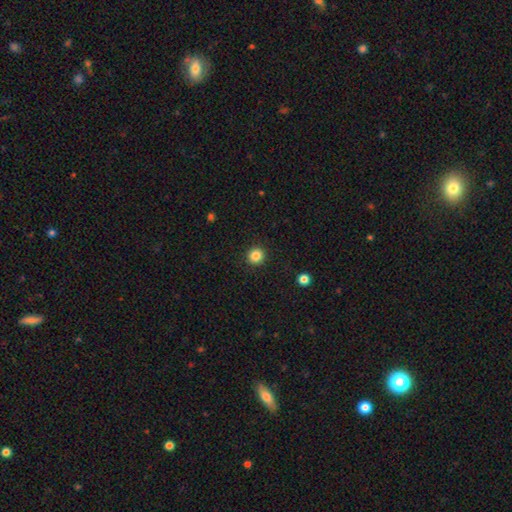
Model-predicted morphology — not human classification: Overall: smooth (85%). How rounded: round (93%). Merging: none (92%).